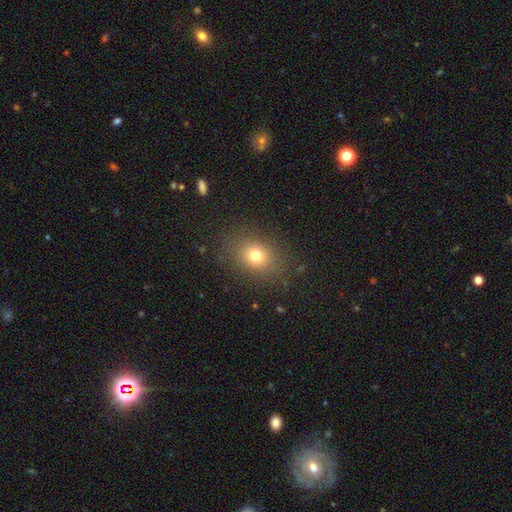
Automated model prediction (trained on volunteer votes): The model was most divided on "how rounded": round: 50%, in between: 49%, cigar-shaped: 1%. More confident: merging — none (84%); smooth or featured — smooth (75%).